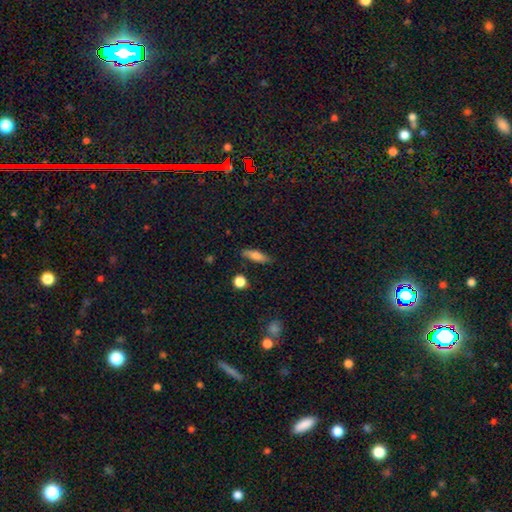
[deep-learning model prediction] smooth-or-featured: smooth: 75% | featured or disk: 17% | star or artifact: 8%
  how-rounded: cigar-shaped: 51% | in between: 46% | round: 3%
  merging: none: 80% | minor disturbance: 14% | major disturbance: 3% | merger: 2%